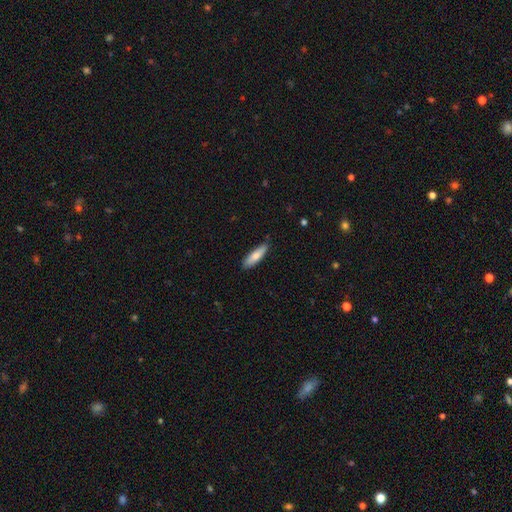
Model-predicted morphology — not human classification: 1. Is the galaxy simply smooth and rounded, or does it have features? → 78% smooth, 17% featured or disk, 5% star or artifact.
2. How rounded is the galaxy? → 62% cigar-shaped, 36% in between, 2% round.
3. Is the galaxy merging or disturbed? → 84% none, 12% minor disturbance, 2% major disturbance, 1% merger.